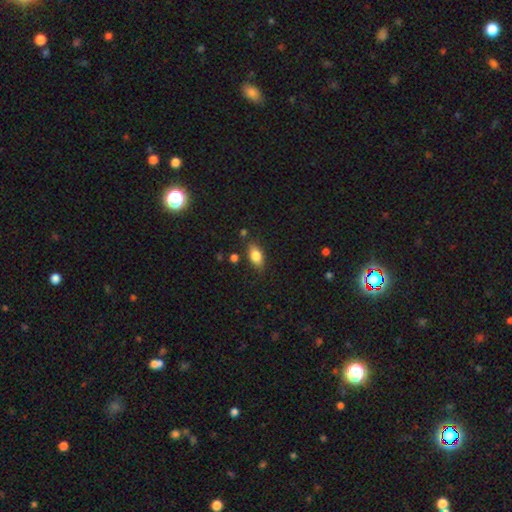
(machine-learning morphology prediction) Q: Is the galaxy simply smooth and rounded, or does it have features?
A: smooth — 82%.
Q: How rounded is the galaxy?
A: in between — 88%.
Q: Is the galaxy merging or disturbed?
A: none — 79%.